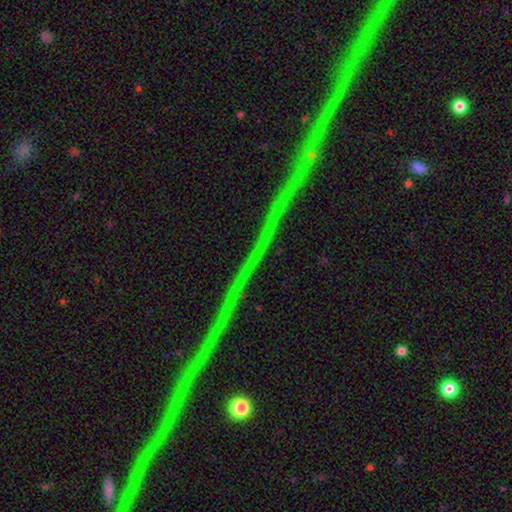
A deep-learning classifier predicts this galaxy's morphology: The model was most divided on "smooth or featured": star or artifact: 74%, featured or disk: 16%, smooth: 10%.